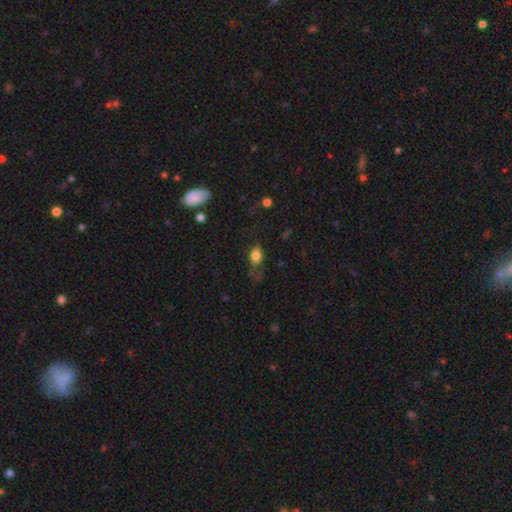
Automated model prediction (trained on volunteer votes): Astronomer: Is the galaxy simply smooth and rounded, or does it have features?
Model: smooth — 81%.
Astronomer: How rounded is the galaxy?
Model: in between — 71%.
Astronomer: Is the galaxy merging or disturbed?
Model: none — 51% (runner-up: minor disturbance, 27%).